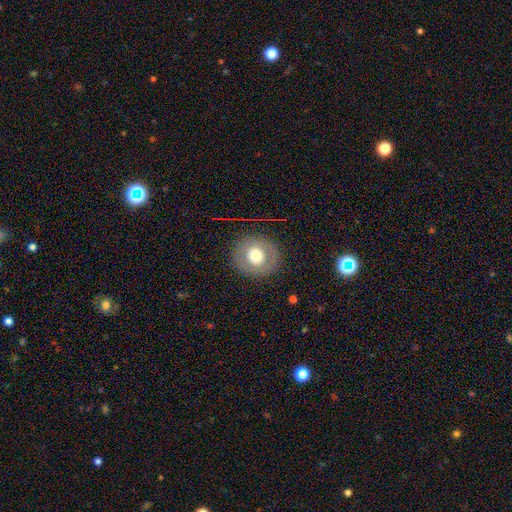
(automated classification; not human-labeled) Morphology: type=smooth (61%); roundness=round (86%); merging=none (86%).